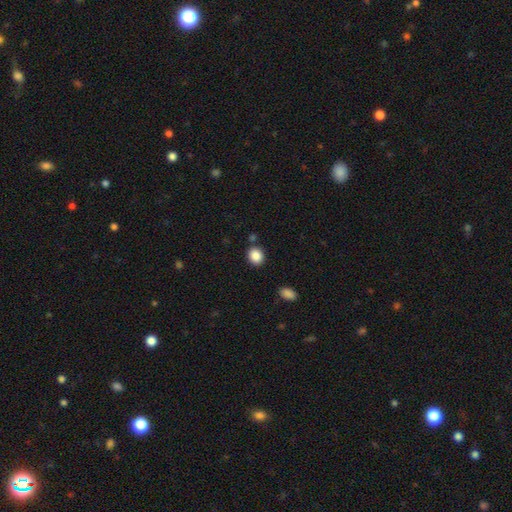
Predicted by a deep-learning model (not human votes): A smooth galaxy with no disk features (87%) that is round (62%). Merging: none (83%).